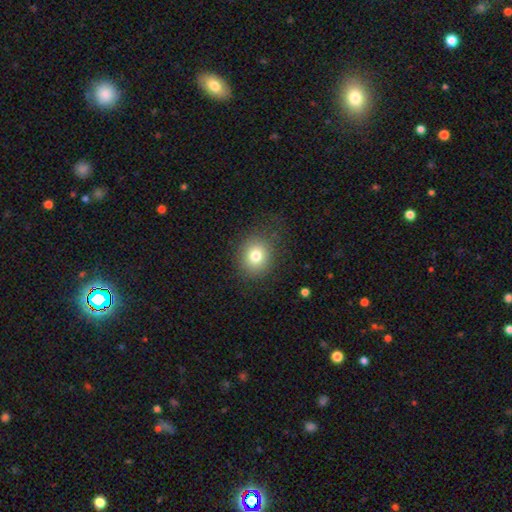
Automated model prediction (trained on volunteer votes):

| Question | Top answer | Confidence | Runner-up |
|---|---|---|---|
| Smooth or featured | smooth | 77% | star or artifact (12%) |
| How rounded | round | 67% | in between (32%) |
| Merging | none | 81% | minor disturbance (12%) |